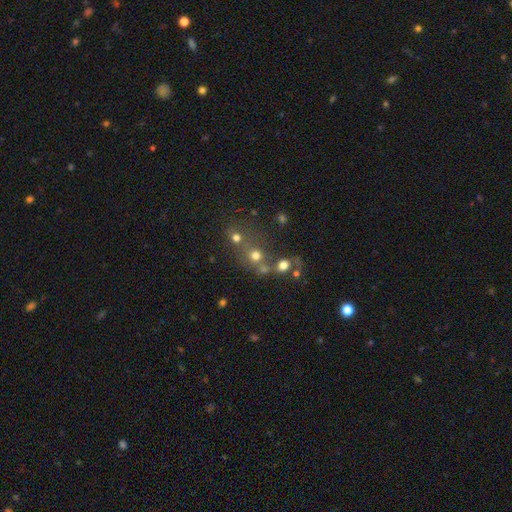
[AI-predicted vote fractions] smooth_or_featured: smooth (p=0.65) [alt: star or artifact p=0.21]
how_rounded: round (p=0.82) [alt: in between p=0.17]
merging: none (p=0.48) [alt: merger p=0.35]